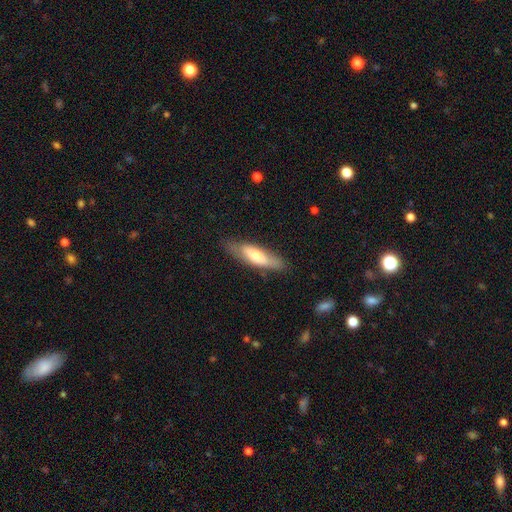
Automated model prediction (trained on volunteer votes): Smooth or featured? Predicted: smooth (p=0.57). How rounded? Predicted: cigar-shaped (p=0.51). Merging? Predicted: none (p=0.78).